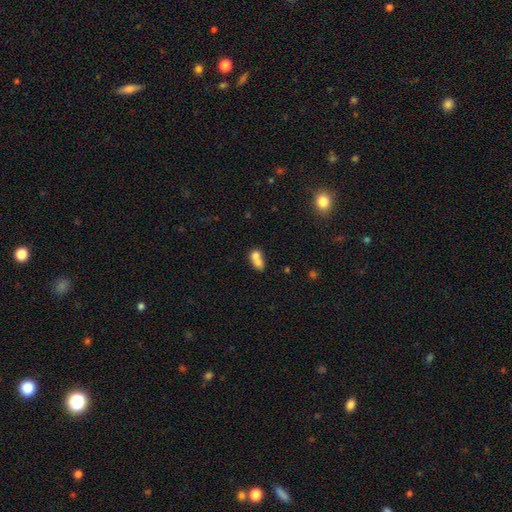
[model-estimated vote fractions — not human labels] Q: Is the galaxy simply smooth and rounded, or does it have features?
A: smooth — 71%.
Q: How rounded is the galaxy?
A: in between — 60%.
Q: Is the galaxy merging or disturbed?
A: merger — 69%.